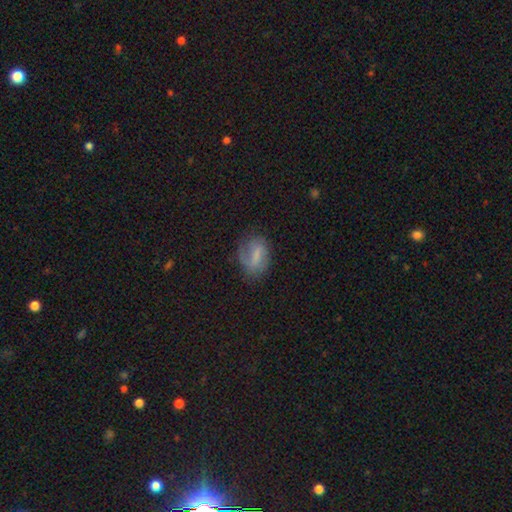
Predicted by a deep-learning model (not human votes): smooth 49%, featured or disk 41%, star or artifact 9%. Down the decision tree: merging — none (60%).